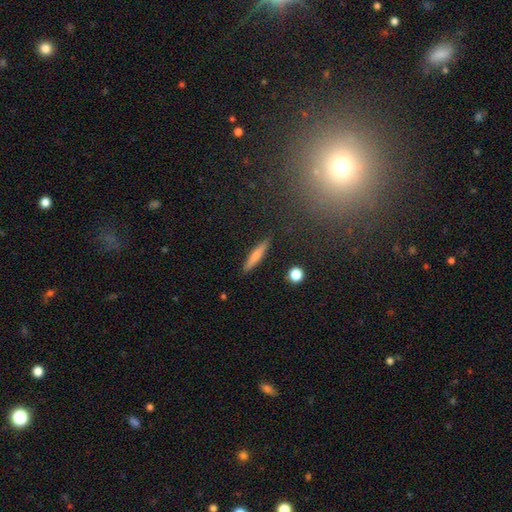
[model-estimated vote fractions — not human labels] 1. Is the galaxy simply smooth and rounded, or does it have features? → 71% smooth, 22% featured or disk, 7% star or artifact.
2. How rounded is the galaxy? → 89% cigar-shaped, 9% in between, 2% round.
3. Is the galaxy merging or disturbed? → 90% none, 7% minor disturbance, 2% major disturbance, 1% merger.